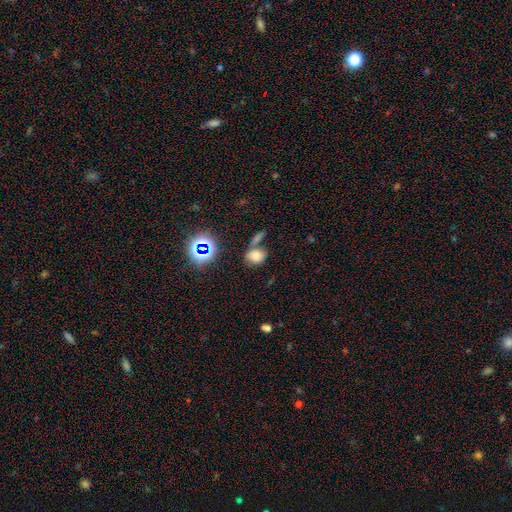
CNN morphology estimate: Smooth or featured? Predicted: smooth (p=0.71). How rounded? Predicted: in between (p=0.56). Merging? Predicted: none (p=0.52).